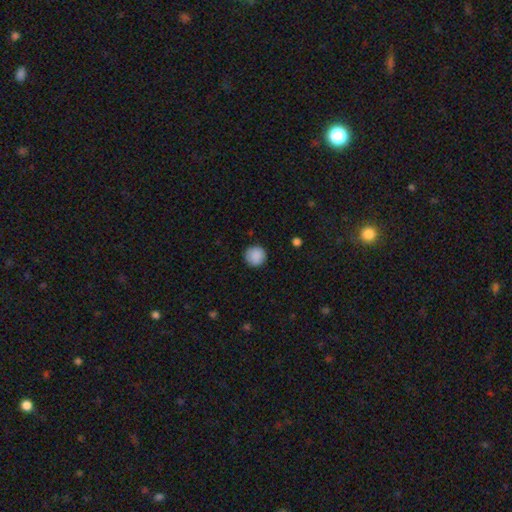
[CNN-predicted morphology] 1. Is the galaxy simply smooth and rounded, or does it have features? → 89% smooth, 8% star or artifact, 3% featured or disk.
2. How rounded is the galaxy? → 95% round, 4% in between, 1% cigar-shaped.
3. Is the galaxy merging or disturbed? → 91% none, 6% minor disturbance, 2% major disturbance, 1% merger.